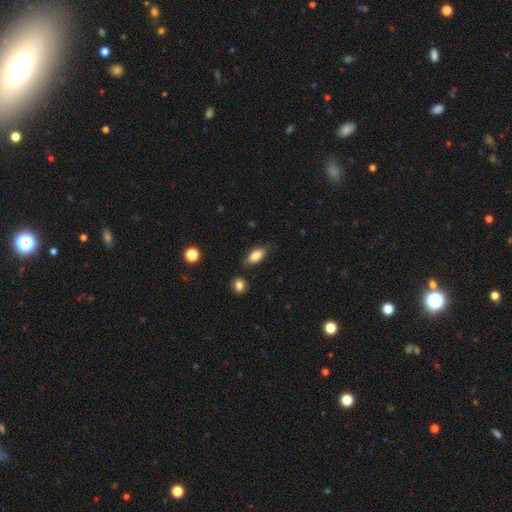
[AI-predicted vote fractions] Overall: smooth (83%). How rounded: in between (84%). Merging: none (82%).